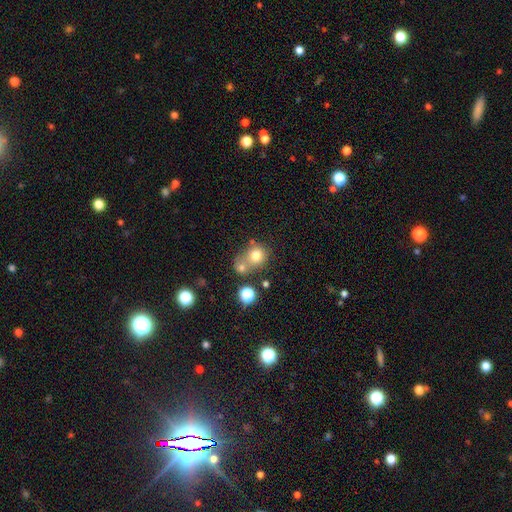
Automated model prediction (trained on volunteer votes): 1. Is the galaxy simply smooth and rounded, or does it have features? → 74% smooth, 14% star or artifact, 12% featured or disk.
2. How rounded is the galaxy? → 79% round, 20% in between, 1% cigar-shaped.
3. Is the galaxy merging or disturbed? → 43% none, 42% merger, 10% minor disturbance, 5% major disturbance.